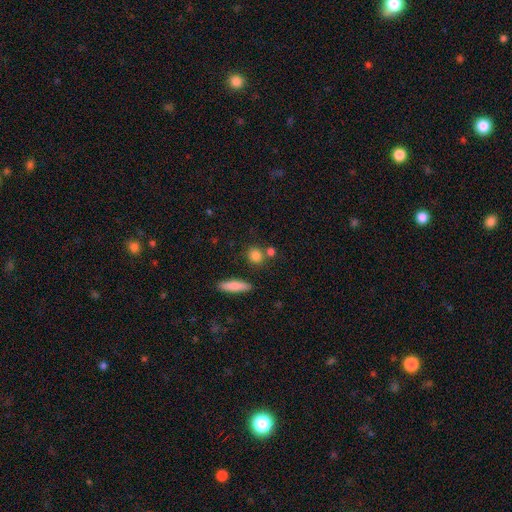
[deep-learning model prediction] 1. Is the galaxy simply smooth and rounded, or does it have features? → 82% smooth, 10% star or artifact, 8% featured or disk.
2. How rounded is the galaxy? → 71% round, 23% in between, 6% cigar-shaped.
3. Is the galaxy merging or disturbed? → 71% none, 16% merger, 10% minor disturbance, 3% major disturbance.